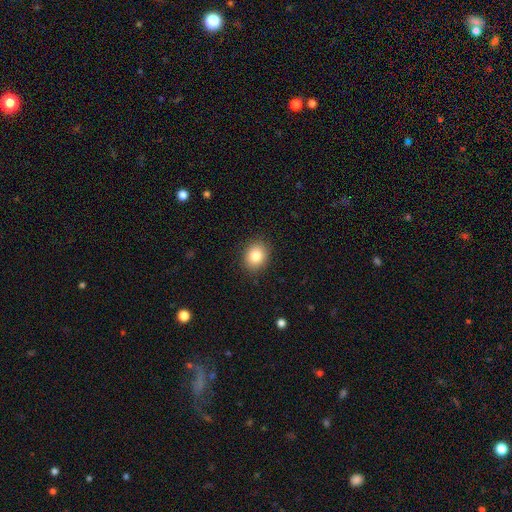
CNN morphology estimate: type=smooth (84%); roundness=round (57%); merging=none (89%).